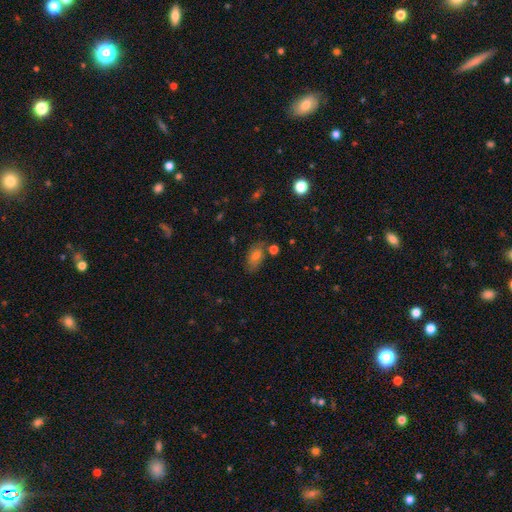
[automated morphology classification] Smooth or featured?
  - smooth: 67% *
  - featured or disk: 18%
  - star or artifact: 16%
How rounded?
  - in between: 86% *
  - round: 9%
  - cigar-shaped: 4%
Merging?
  - none: 72% *
  - minor disturbance: 17%
  - merger: 6%
  - major disturbance: 5%